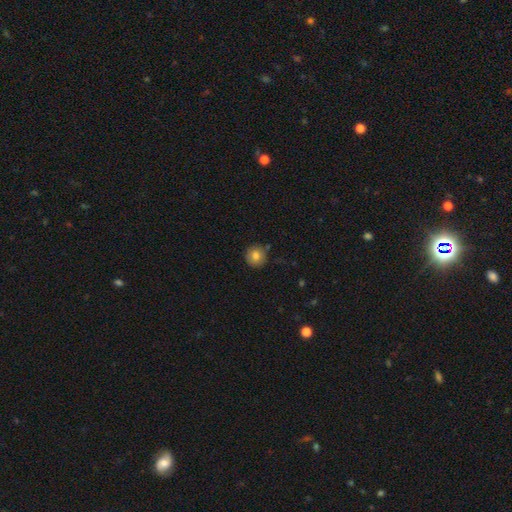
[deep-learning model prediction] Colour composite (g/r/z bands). It shows a smooth galaxy with no disk features (80%) that is round (94%). Merging: none (87%).